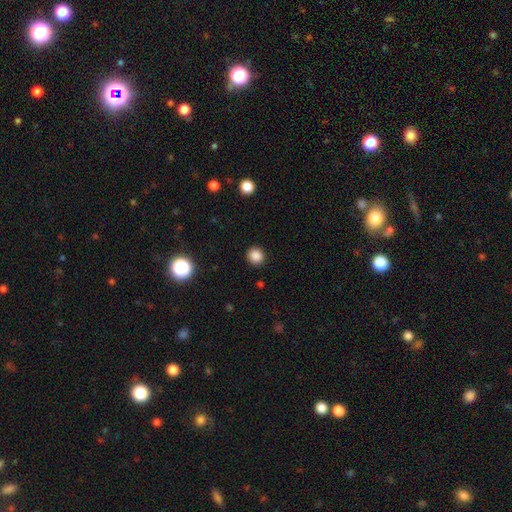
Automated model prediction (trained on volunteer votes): The model was most divided on "smooth or featured": smooth: 85%, star or artifact: 12%, featured or disk: 3%. More confident: merging — none (91%); how rounded — round (90%).